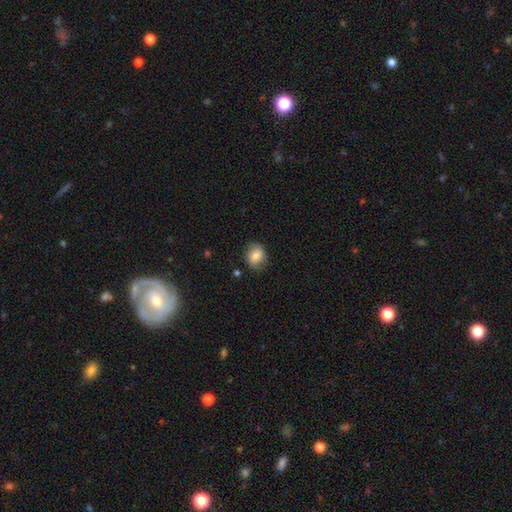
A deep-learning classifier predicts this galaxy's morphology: Smooth or featured?
  - smooth: 76% *
  - featured or disk: 16%
  - star or artifact: 8%
How rounded?
  - round: 50% *
  - in between: 49%
  - cigar-shaped: 1%
Merging?
  - none: 78% *
  - minor disturbance: 16%
  - major disturbance: 4%
  - merger: 1%